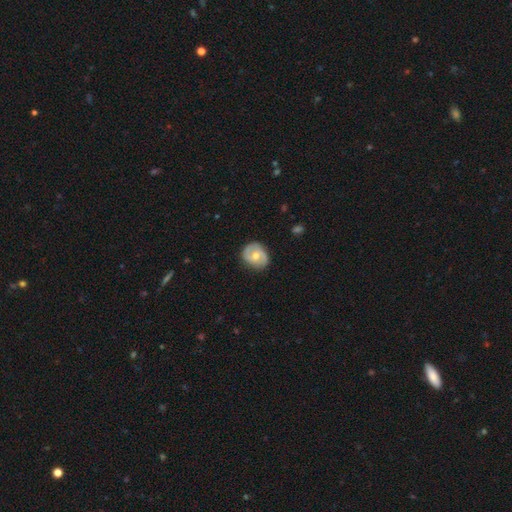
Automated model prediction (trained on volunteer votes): featured or disk 64%, smooth 30%, star or artifact 6%. Down the decision tree: edge-on disk — no (97%); bar — no (52%); spiral arms — yes (82%); spiral arm count — 2 (83%); spiral winding — medium (44%); bulge size — moderate (70%); merging — none (78%).